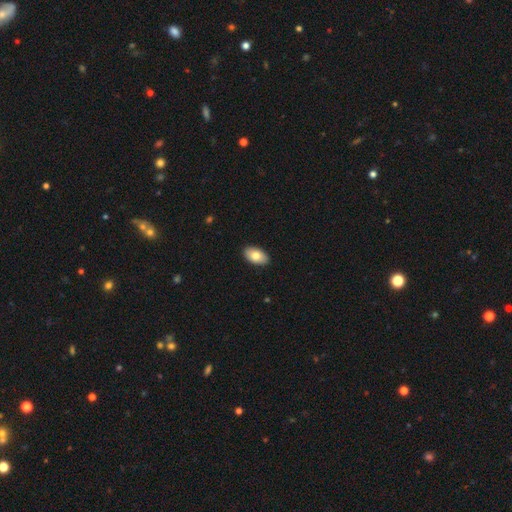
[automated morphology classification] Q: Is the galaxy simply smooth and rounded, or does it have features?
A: smooth — 80%.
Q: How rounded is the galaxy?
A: in between — 94%.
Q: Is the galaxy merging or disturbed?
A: none — 90%.